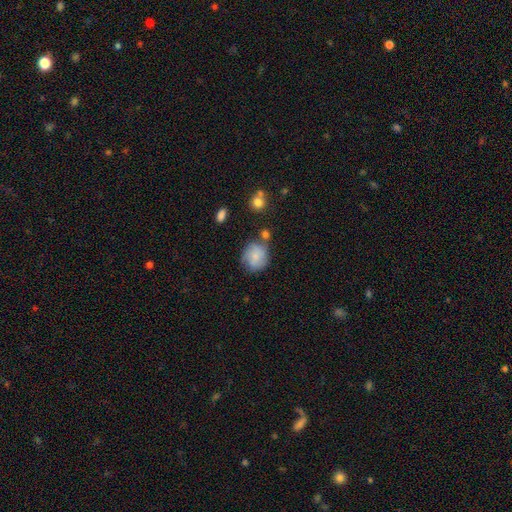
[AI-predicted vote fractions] smooth-or-featured: smooth: 69% | featured or disk: 23% | star or artifact: 8%
  how-rounded: round: 75% | in between: 24% | cigar-shaped: 1%
  merging: none: 58% | minor disturbance: 24% | merger: 10% | major disturbance: 8%